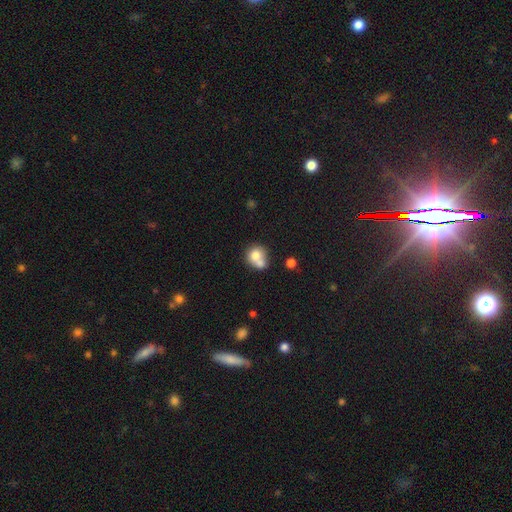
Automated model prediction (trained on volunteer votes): Morphology: type=smooth (74%); roundness=round (76%); merging=merger (52%).